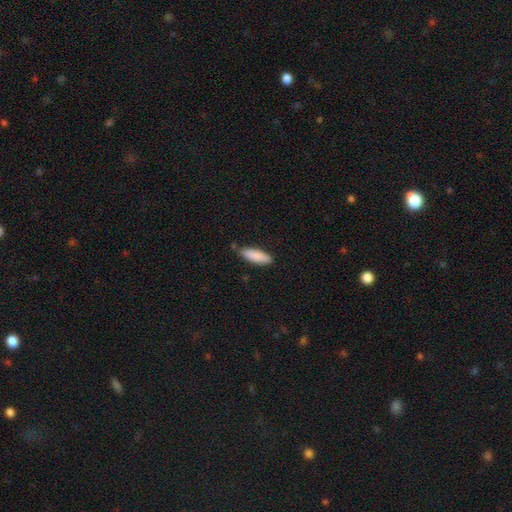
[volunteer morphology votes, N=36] A smooth galaxy with no disk features (89%) that is in between round and cigar-shaped (66%). Merging: none (63%).